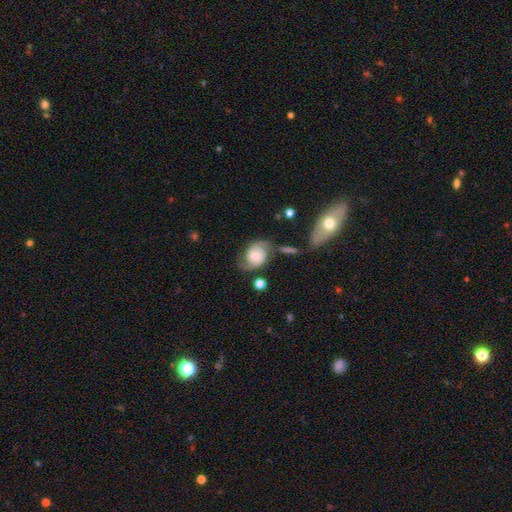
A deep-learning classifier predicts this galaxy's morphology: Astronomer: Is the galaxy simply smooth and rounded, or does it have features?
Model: featured or disk — 69%.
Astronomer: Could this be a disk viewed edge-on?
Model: no — 97%.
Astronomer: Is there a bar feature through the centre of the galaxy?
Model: no — 67%.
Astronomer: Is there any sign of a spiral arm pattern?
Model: yes — 91%.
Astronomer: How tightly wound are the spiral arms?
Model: medium — 45% (runner-up: tight, 28%).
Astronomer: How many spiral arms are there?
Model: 2 — 88%.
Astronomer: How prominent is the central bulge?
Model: moderate — 46% (runner-up: small, 43%).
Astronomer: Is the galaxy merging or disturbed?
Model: none — 57%.